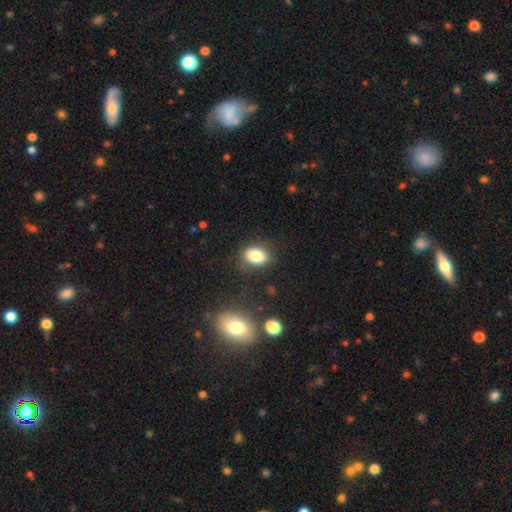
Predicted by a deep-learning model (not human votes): smooth_or_featured: smooth (p=0.82) [alt: star or artifact p=0.10]
how_rounded: in between (p=0.71) [alt: round p=0.28]
merging: none (p=0.79) [alt: minor disturbance p=0.14]